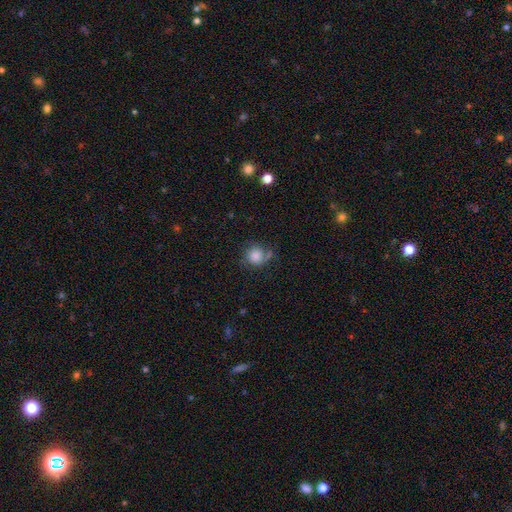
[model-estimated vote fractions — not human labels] Q: Smooth or featured?
A: smooth (73%); runner-up: featured or disk (17%)
Q: How rounded?
A: round (85%); runner-up: in between (14%)
Q: Merging?
A: none (55%); runner-up: minor disturbance (24%)